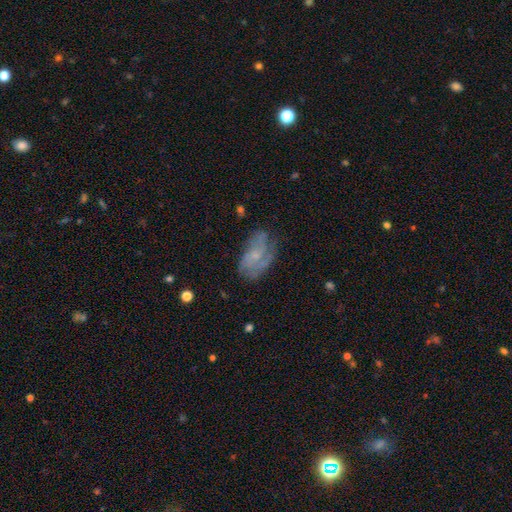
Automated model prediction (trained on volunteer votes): Q: Smooth or featured?
A: featured or disk (61%); runner-up: smooth (30%)
Q: Edge-on disk?
A: no (96%); runner-up: yes (4%)
Q: Bar?
A: no (70%); runner-up: weak (26%)
Q: Spiral arms?
A: yes (78%); runner-up: no (22%)
Q: Bulge size?
A: small (60%); runner-up: moderate (20%)
Q: Merging?
A: none (54%); runner-up: minor disturbance (27%)